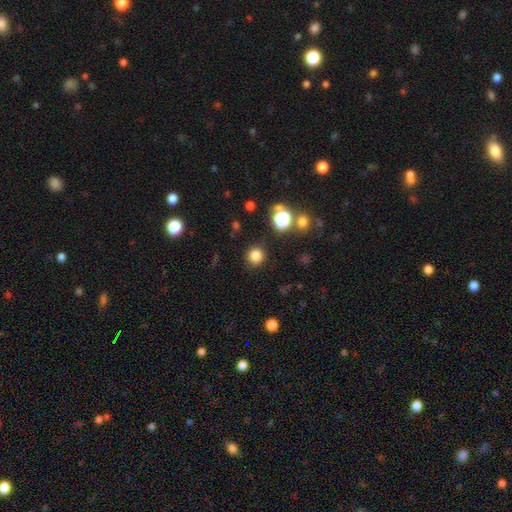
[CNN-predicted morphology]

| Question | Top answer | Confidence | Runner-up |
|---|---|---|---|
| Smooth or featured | smooth | 81% | star or artifact (15%) |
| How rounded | round | 92% | in between (7%) |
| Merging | none | 88% | minor disturbance (7%) |